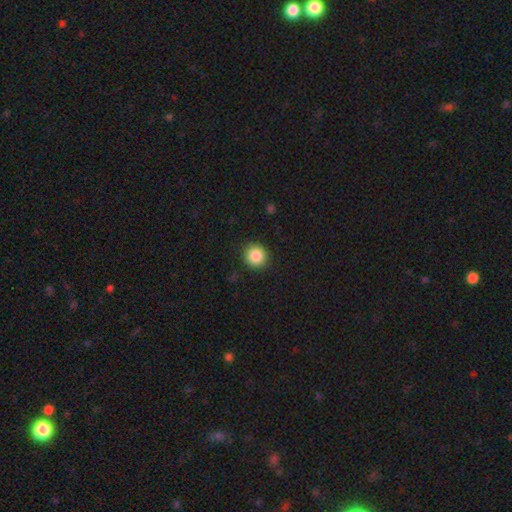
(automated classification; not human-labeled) Q: Smooth or featured?
A: smooth (87%); runner-up: star or artifact (9%)
Q: How rounded?
A: round (92%); runner-up: in between (7%)
Q: Merging?
A: none (90%); runner-up: minor disturbance (7%)